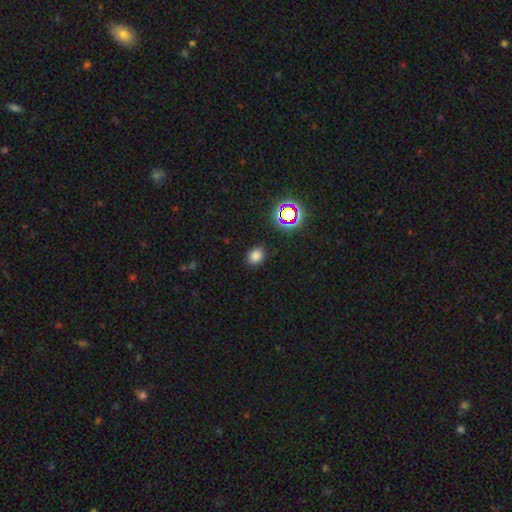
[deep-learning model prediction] A smooth galaxy with no disk features (77%) that is in between round and cigar-shaped (59%). Merging: none (86%).